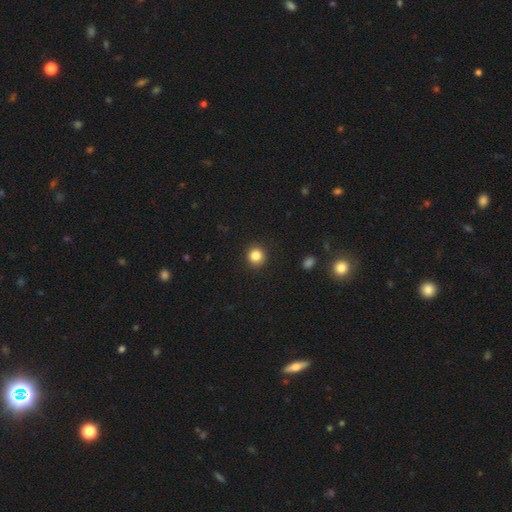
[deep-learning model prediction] Smooth or featured?
  - smooth: 84% *
  - star or artifact: 11%
  - featured or disk: 5%
How rounded?
  - round: 92% *
  - in between: 7%
  - cigar-shaped: 1%
Merging?
  - none: 92% *
  - minor disturbance: 5%
  - major disturbance: 2%
  - merger: 1%